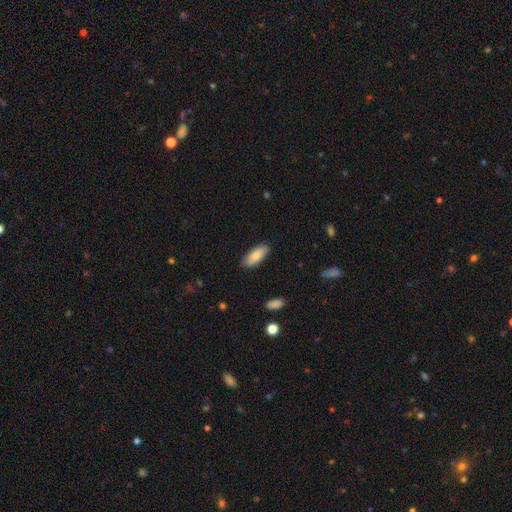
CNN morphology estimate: Smooth or featured: smooth — 83% (featured or disk — 11%)
How rounded: in between — 84% (cigar-shaped — 14%)
Merging: none — 86% (minor disturbance — 10%)